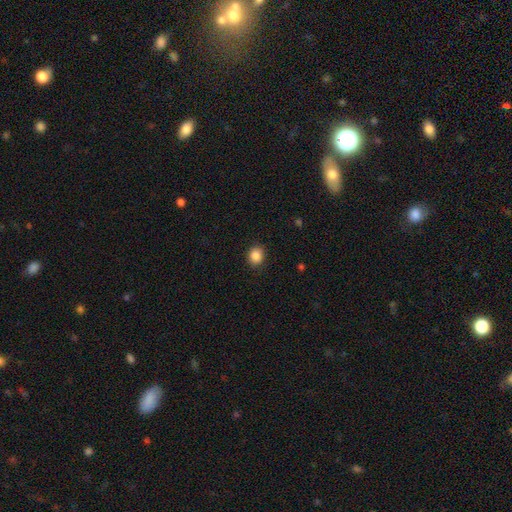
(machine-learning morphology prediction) Smooth or featured?
  - smooth: 87% *
  - star or artifact: 10%
  - featured or disk: 3%
How rounded?
  - round: 75% *
  - in between: 25%
  - cigar-shaped: 1%
Merging?
  - none: 88% *
  - minor disturbance: 9%
  - major disturbance: 2%
  - merger: 1%